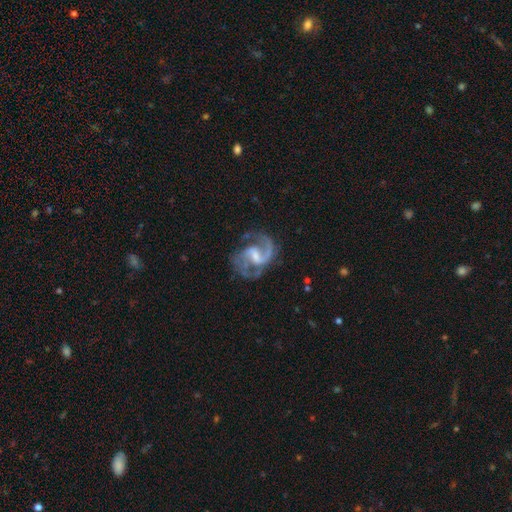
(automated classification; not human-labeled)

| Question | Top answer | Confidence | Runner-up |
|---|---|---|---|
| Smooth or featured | featured or disk | 91% | star or artifact (5%) |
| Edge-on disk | no | 98% | yes (2%) |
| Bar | weak | 58% | strong (23%) |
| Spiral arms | yes | 98% | no (2%) |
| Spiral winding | medium | 61% | loose (25%) |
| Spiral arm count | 2 | 86% | 3 (5%) |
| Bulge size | small | 44% | moderate (35%) |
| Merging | none | 68% | minor disturbance (17%) |